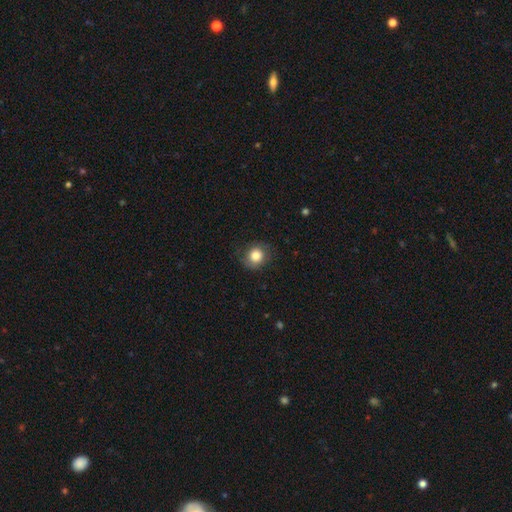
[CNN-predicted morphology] Q: Smooth or featured?
A: smooth (82%); runner-up: featured or disk (9%)
Q: How rounded?
A: round (81%); runner-up: in between (19%)
Q: Merging?
A: none (79%); runner-up: minor disturbance (15%)